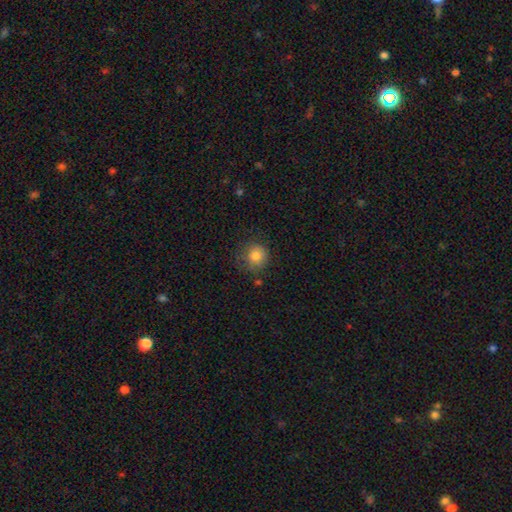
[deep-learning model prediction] This appears to be a smooth galaxy with no disk features (83%) that is round (86%). Merging: none (71%).